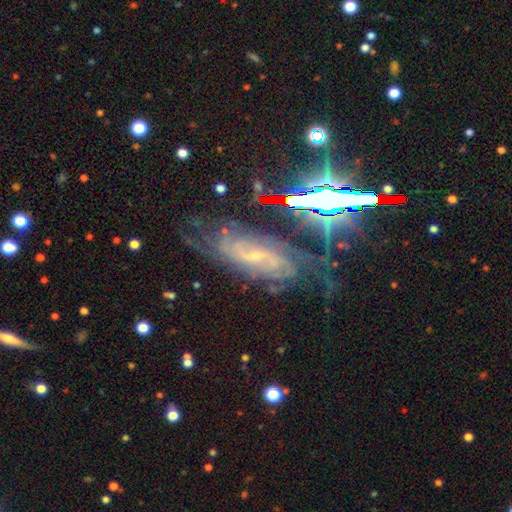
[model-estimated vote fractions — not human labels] The model was most divided on "bar": no: 42%, weak: 40%, strong: 18%. Remaining: spiral arms — yes (95%); edge-on disk — no (89%); bulge size — small (75%); smooth or featured — featured or disk (75%); merging — none (67%); spiral winding — tight (59%); spiral arm count — can't tell (40%).